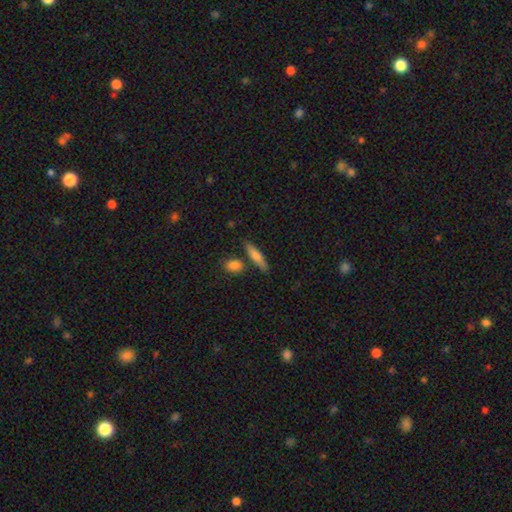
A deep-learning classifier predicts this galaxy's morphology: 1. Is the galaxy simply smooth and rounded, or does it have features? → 71% smooth, 23% featured or disk, 6% star or artifact.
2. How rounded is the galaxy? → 74% cigar-shaped, 23% in between, 3% round.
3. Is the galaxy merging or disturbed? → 75% none, 12% minor disturbance, 10% merger, 3% major disturbance.